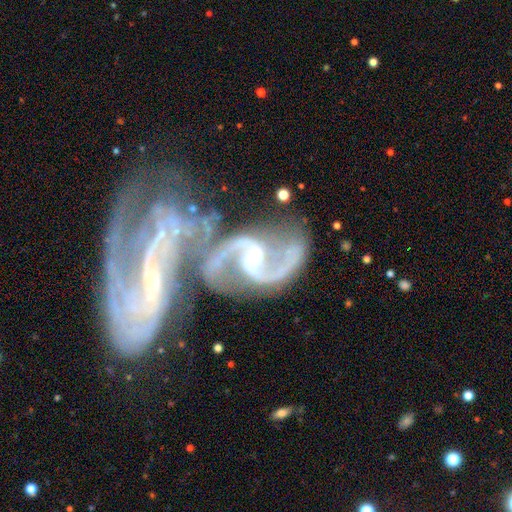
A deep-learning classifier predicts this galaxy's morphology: Overall: featured or disk (92%). Edge-on disk: no (98%). Bar: weak (46%; no 31%). Spiral arms: yes (97%). Spiral arm count: 2 (89%). Spiral winding: loose (49%; medium 41%). Bulge size: moderate (46%; small 44%). Merging: merger (69%).